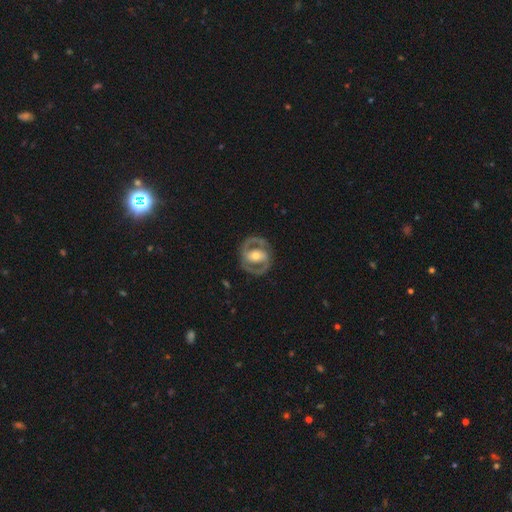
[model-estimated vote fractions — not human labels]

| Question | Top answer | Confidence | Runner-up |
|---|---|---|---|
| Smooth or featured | featured or disk | 83% | smooth (13%) |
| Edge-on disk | no | 97% | yes (3%) |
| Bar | weak | 34% | strong (33%) |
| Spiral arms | yes | 81% | no (19%) |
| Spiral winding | medium | 50% | tight (35%) |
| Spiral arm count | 2 | 88% | can't tell (5%) |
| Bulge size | moderate | 68% | small (19%) |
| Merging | none | 82% | minor disturbance (11%) |